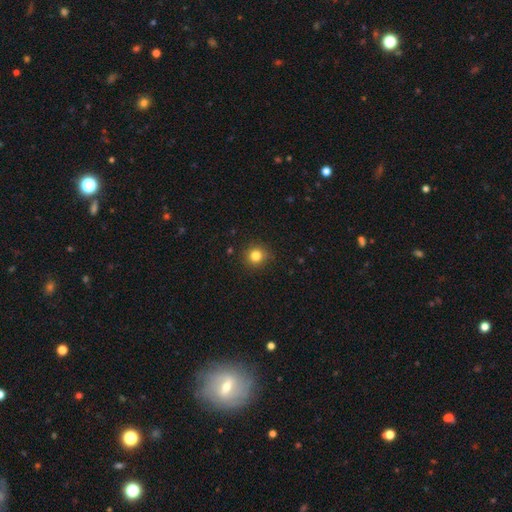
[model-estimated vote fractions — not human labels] A smooth galaxy with no disk features (83%) that is round (92%). Merging: none (89%).